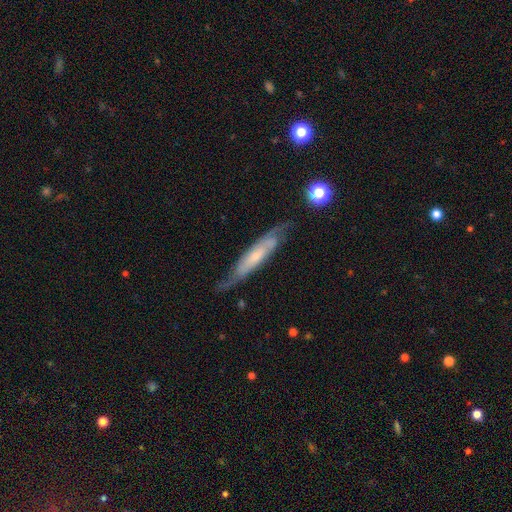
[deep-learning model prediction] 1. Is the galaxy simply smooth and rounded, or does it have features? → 68% featured or disk, 26% smooth, 6% star or artifact.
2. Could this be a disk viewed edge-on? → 55% no, 45% yes.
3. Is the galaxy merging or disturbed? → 67% none, 22% minor disturbance, 9% major disturbance, 2% merger.